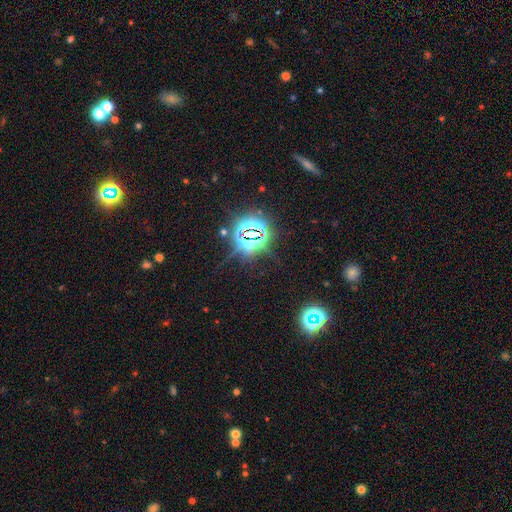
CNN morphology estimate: This appears to be a star or artifact, not a galaxy (81%).